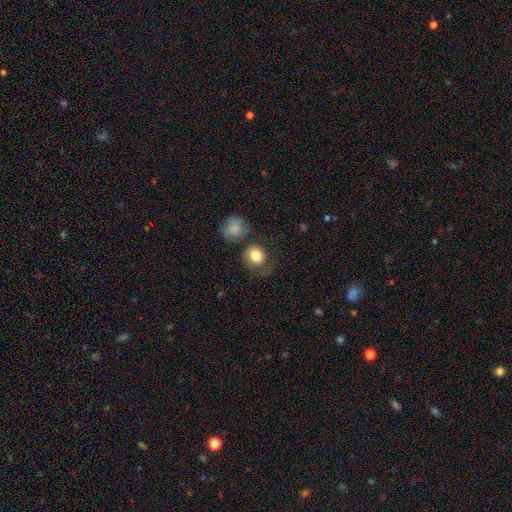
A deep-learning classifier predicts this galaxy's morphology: A smooth galaxy with no disk features (81%) that is round (76%).

Vote fractions:
- Smooth or featured? smooth: 81% / featured or disk: 11% / star or artifact: 8%
- How rounded? round: 76% / in between: 23% / cigar-shaped: 1%
- Merging? none: 54% / minor disturbance: 21% / major disturbance: 15% / merger: 10%